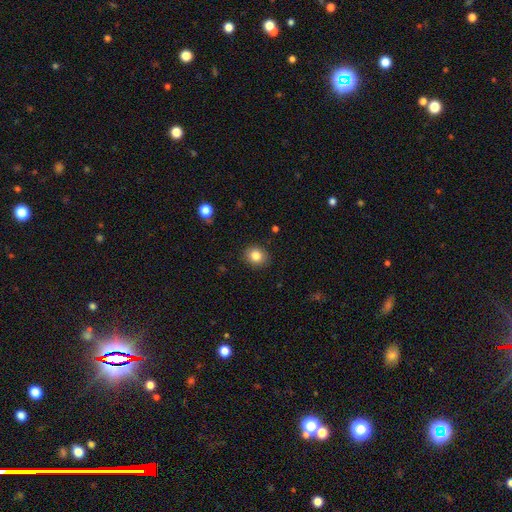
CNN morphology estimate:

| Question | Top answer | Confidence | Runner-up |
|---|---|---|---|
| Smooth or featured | smooth | 84% | star or artifact (10%) |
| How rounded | round | 70% | in between (29%) |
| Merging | none | 89% | minor disturbance (8%) |